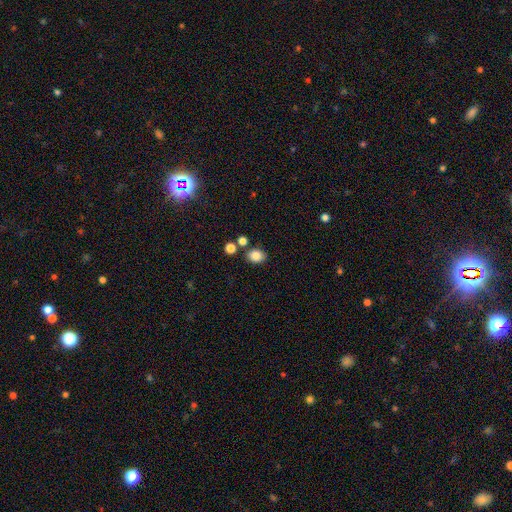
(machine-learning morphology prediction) smooth-or-featured: smooth: 84% | star or artifact: 10% | featured or disk: 5%
  how-rounded: in between: 58% | round: 41% | cigar-shaped: 1%
  merging: none: 77% | minor disturbance: 10% | merger: 9% | major disturbance: 3%